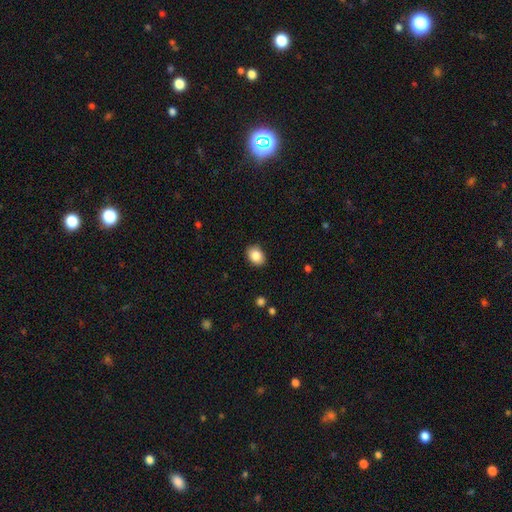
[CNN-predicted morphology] Smooth or featured?
  - smooth: 86% *
  - star or artifact: 8%
  - featured or disk: 6%
How rounded?
  - in between: 68% *
  - round: 31%
  - cigar-shaped: 1%
Merging?
  - none: 88% *
  - minor disturbance: 9%
  - major disturbance: 2%
  - merger: 1%